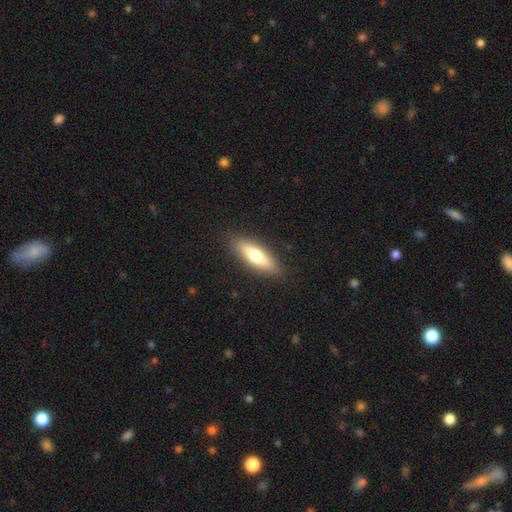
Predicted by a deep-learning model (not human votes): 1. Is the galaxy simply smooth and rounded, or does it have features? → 63% smooth, 30% featured or disk, 6% star or artifact.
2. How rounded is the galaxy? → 58% cigar-shaped, 41% in between, 2% round.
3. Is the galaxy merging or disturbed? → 88% none, 9% minor disturbance, 2% major disturbance, 1% merger.